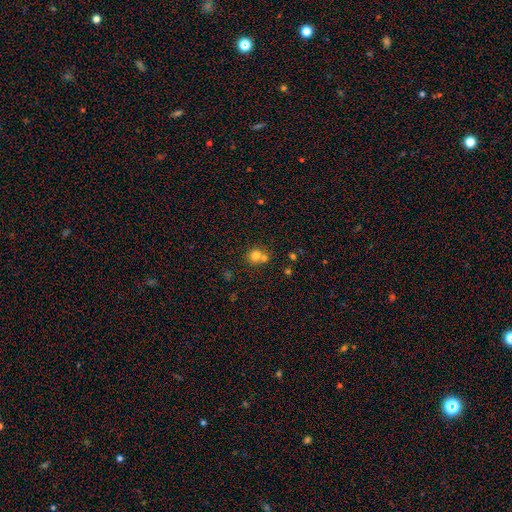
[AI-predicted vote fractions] Morphology: type=smooth (76%); roundness=round (84%); merging=none (47%).